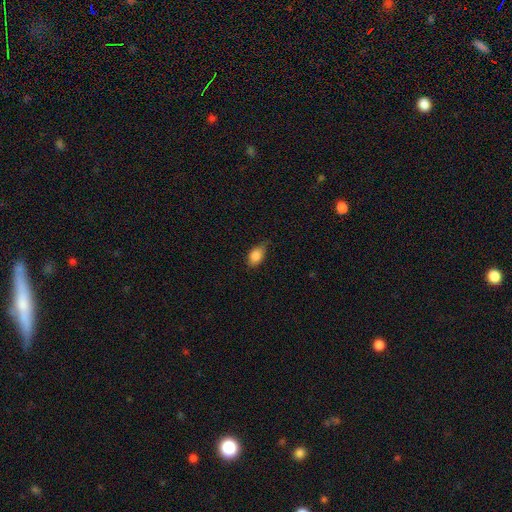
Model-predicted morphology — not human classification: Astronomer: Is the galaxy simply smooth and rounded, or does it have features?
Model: smooth — 86%.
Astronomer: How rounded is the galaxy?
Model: in between — 87%.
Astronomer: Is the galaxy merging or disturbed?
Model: none — 61%.